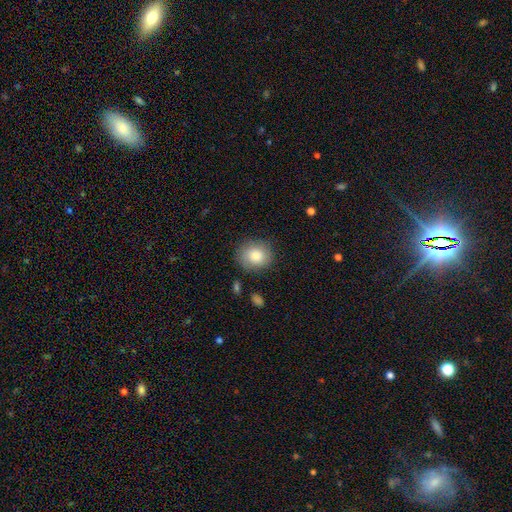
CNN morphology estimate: Overall: smooth (83%). How rounded: round (76%). Merging: none (82%).